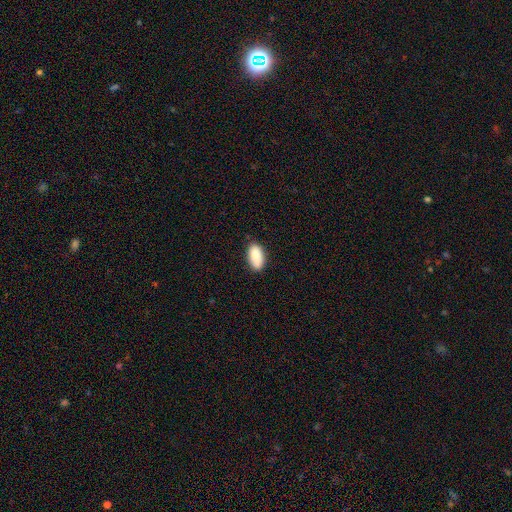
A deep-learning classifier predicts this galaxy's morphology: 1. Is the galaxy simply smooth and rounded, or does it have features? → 88% smooth, 7% star or artifact, 6% featured or disk.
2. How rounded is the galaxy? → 94% in between, 3% cigar-shaped, 3% round.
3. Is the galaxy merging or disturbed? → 82% none, 15% minor disturbance, 2% major disturbance, 1% merger.